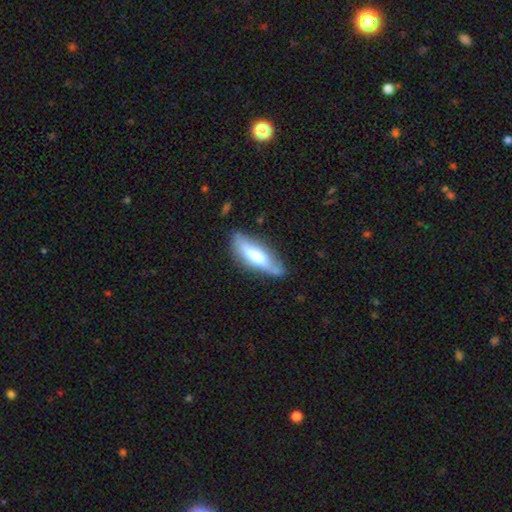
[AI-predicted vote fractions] A smooth galaxy with no disk features (56%) that is cigar-shaped (51%). Merging: none (70%).